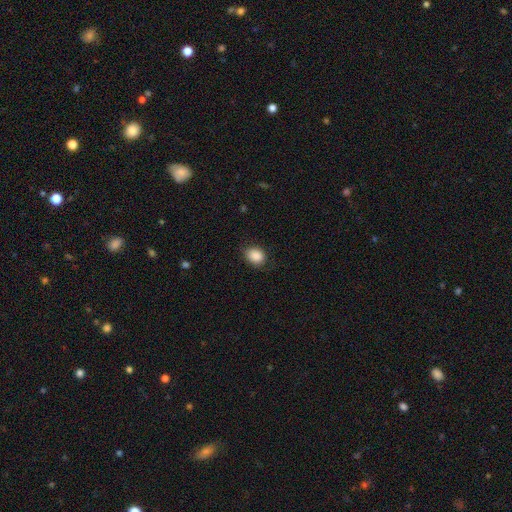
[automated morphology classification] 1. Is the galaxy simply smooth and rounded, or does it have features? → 88% smooth, 8% star or artifact, 4% featured or disk.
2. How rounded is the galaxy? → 53% in between, 46% round, 1% cigar-shaped.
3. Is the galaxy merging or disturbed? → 77% none, 18% minor disturbance, 4% major disturbance, 1% merger.